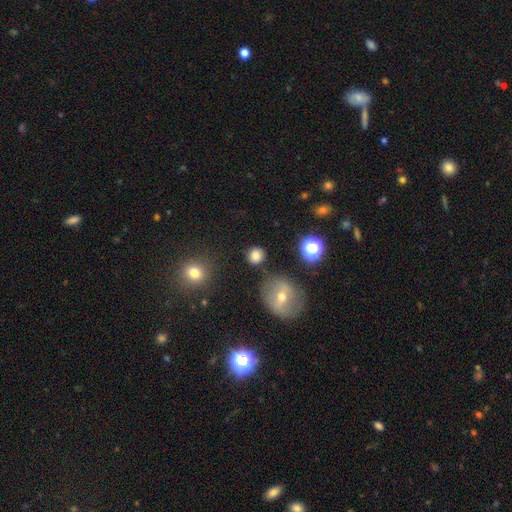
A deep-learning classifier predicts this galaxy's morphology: This appears to be a smooth galaxy with no disk features (80%) that is round (88%). Merging: none (83%).